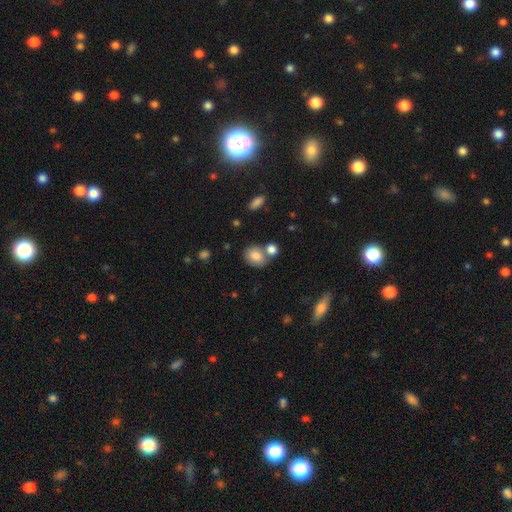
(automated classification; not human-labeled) Overall: smooth (82%). How rounded: in between (59%; round 39%). Merging: none (55%; merger 28%).